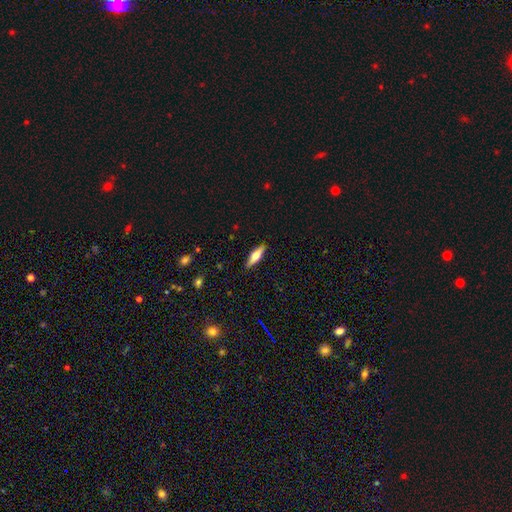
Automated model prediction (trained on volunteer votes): This is possibly a smooth galaxy (49%). Merging: clearly none (89%).